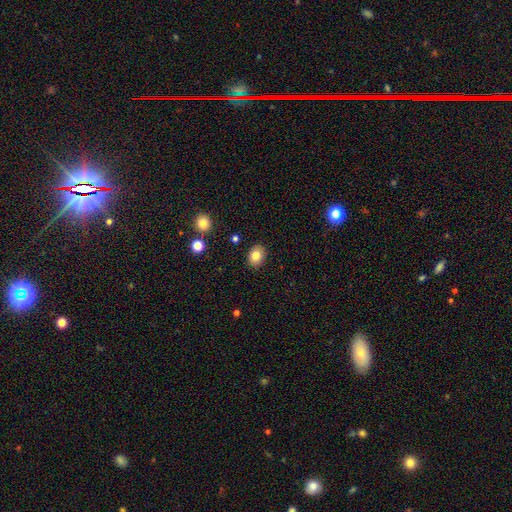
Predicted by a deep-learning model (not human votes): Smooth or featured: smooth — 82% (star or artifact — 10%)
How rounded: round — 52% (in between — 47%)
Merging: none — 89% (minor disturbance — 7%)